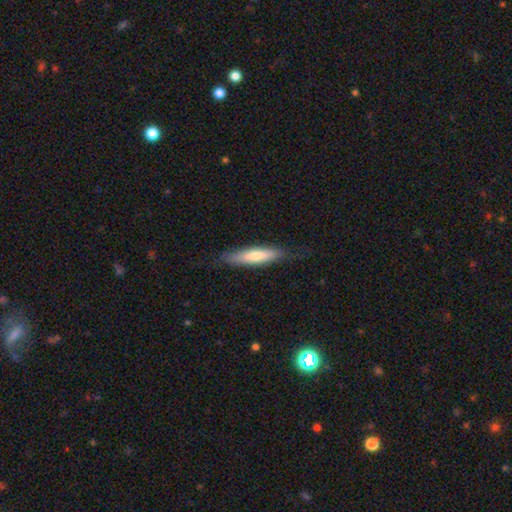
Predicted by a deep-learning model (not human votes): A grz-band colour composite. It shows a smooth galaxy with no disk features (61%) that is cigar-shaped (82%). Merging: none (81%).